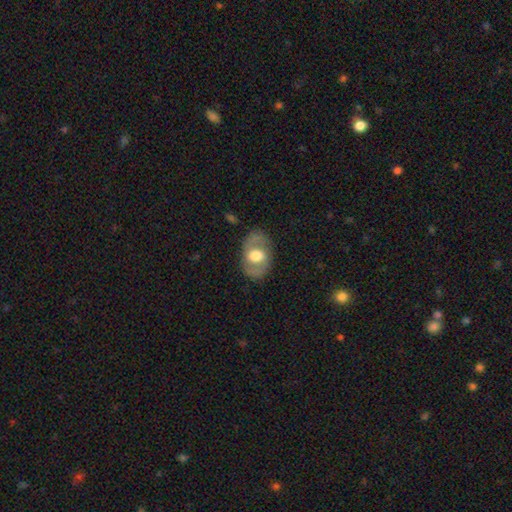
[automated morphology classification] The model was most divided on "smooth or featured": featured or disk: 53%, smooth: 40%, star or artifact: 6%. More confident: edge-on disk — no (92%); merging — none (77%).